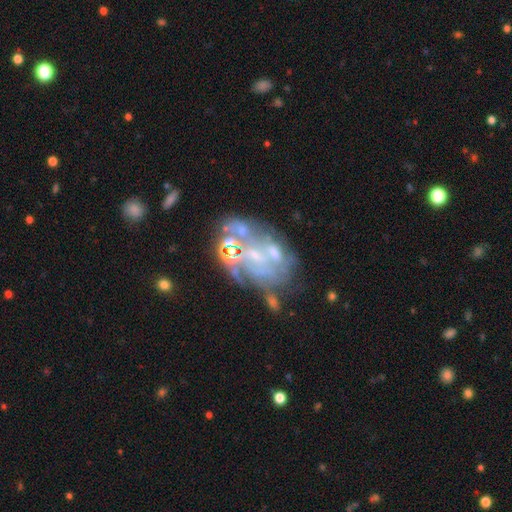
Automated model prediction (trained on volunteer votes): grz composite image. It shows a featured or disk galaxy (71%) with no bar (70%), no spiral arms (60%) and a small central bulge (42%). Merging: none (42%).